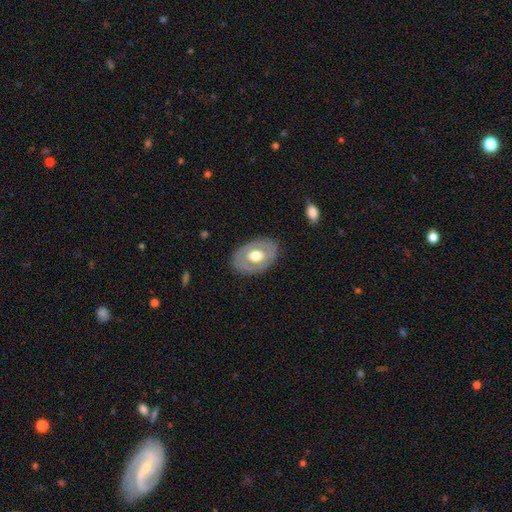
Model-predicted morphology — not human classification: The model was most divided on "smooth or featured": featured or disk: 48%, smooth: 46%, star or artifact: 6%. More confident: merging — none (81%).